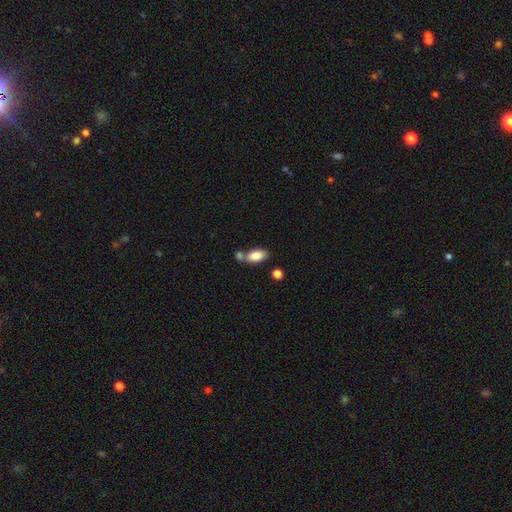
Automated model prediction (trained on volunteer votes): The model was most divided on "merging": none: 56%, merger: 28%, minor disturbance: 12%, major disturbance: 4%. More confident: how rounded — in between (91%); smooth or featured — smooth (84%).